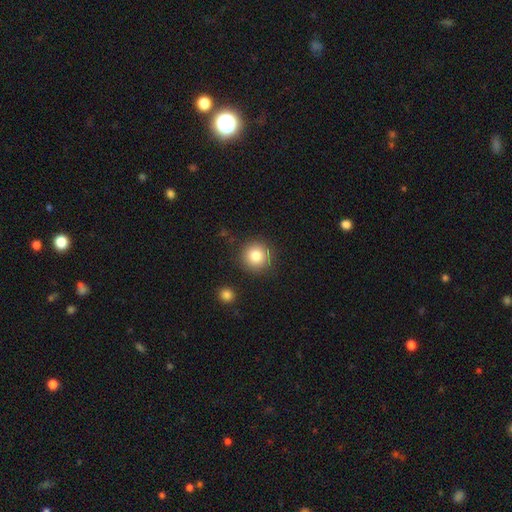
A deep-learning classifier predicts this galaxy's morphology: Q: Smooth or featured?
A: smooth (82%); runner-up: star or artifact (10%)
Q: How rounded?
A: round (94%); runner-up: in between (5%)
Q: Merging?
A: none (86%); runner-up: minor disturbance (8%)